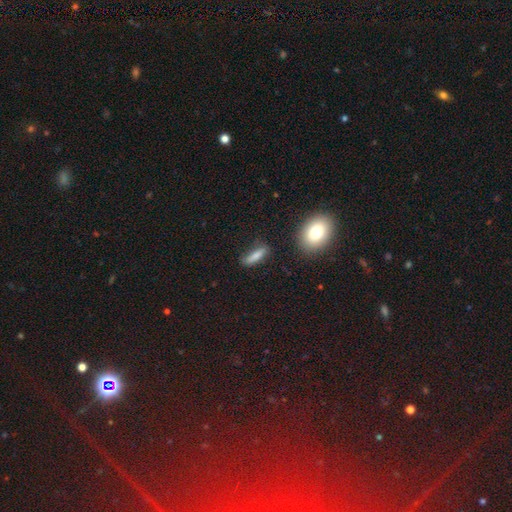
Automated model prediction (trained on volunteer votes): This is likely a smooth galaxy (76%). How rounded: likely cigar-shaped (65%). Merging: likely none (72%).